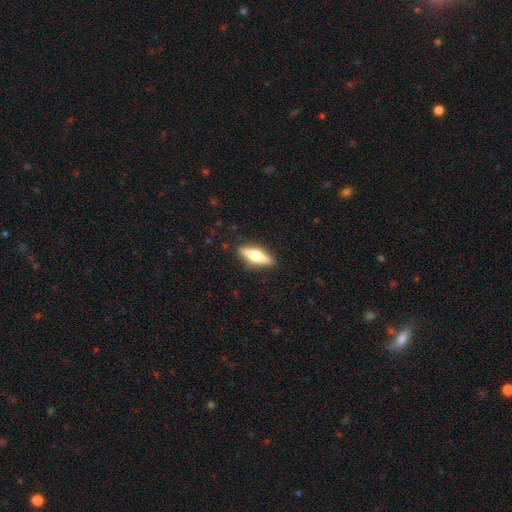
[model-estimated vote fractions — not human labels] The model was most divided on "smooth or featured": featured or disk: 53%, smooth: 41%, star or artifact: 6%. More confident: edge-on disk — yes (93%); merging — none (88%).